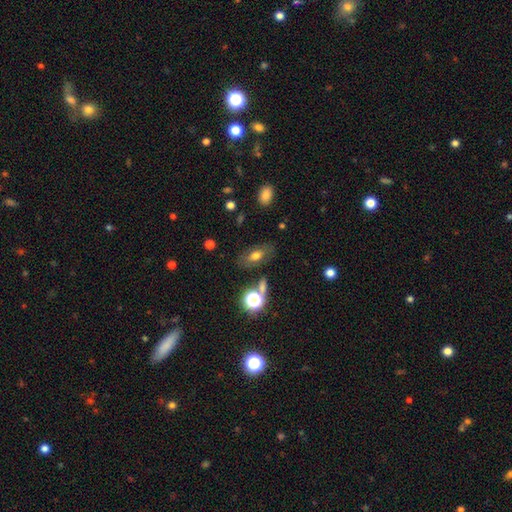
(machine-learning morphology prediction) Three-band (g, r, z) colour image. It shows a smooth galaxy with no disk features (61%) that is in between round and cigar-shaped (82%). Merging: none (73%).